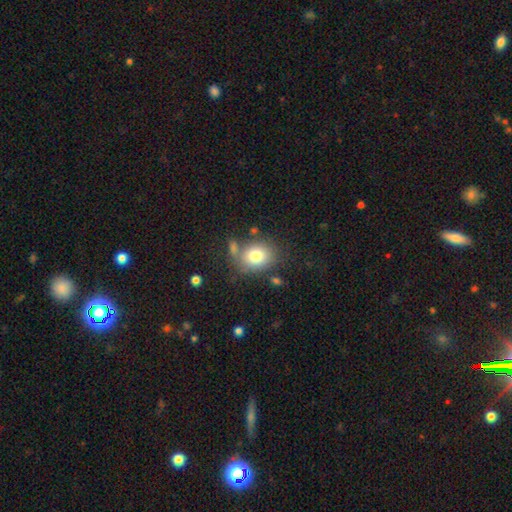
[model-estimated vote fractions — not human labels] This is likely a smooth galaxy (78%). How rounded: possibly round (56%). Merging: likely none (68%).